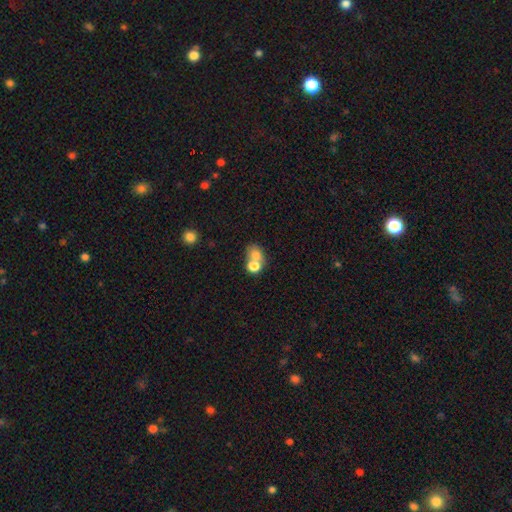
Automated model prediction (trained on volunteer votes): smooth 72%, featured or disk 17%, star or artifact 11%. Down the decision tree: how rounded — round (56%); merging — merger (59%).